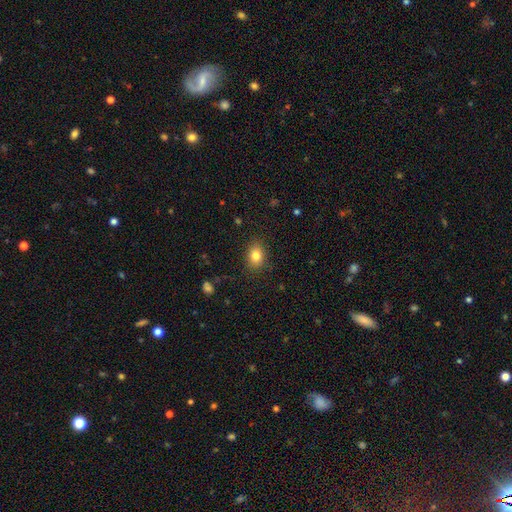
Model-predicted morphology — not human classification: Smooth or featured?
  - smooth: 82% *
  - star or artifact: 10%
  - featured or disk: 7%
How rounded?
  - in between: 66% *
  - round: 33%
  - cigar-shaped: 1%
Merging?
  - none: 86% *
  - minor disturbance: 10%
  - major disturbance: 3%
  - merger: 1%